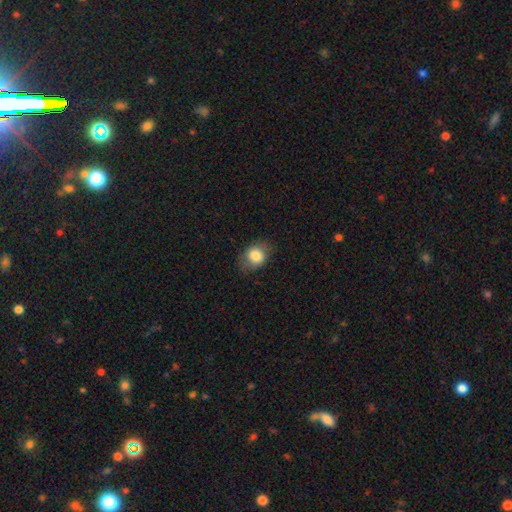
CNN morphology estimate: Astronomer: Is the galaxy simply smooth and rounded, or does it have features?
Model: smooth — 80%.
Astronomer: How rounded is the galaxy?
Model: in between — 63%.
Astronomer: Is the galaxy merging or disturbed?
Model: none — 77%.